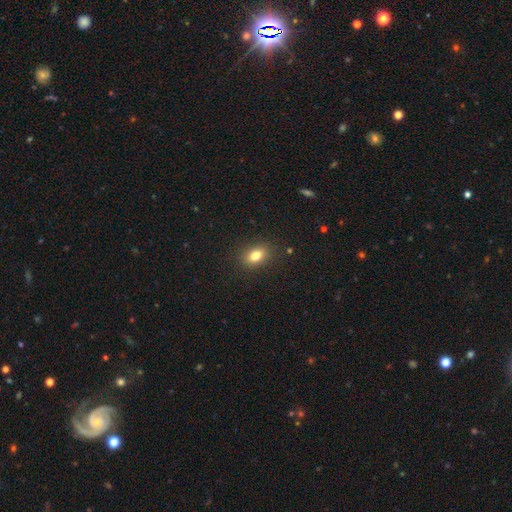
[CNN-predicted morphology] Smooth or featured? smooth (80%)
How rounded? in between (80%)
Merging? none (87%)